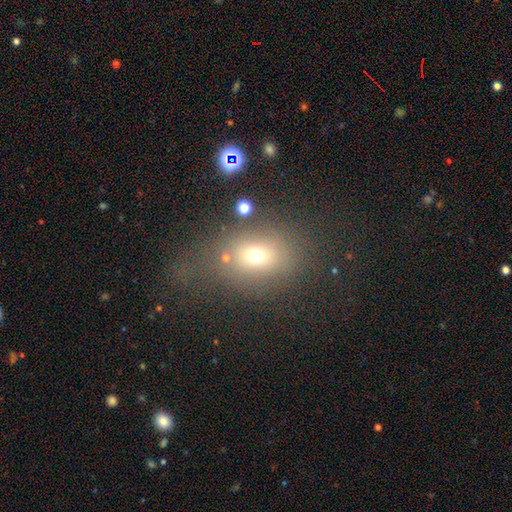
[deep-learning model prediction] A smooth galaxy with no disk features (67%) that is in between round and cigar-shaped (55%). Merging: none (53%).